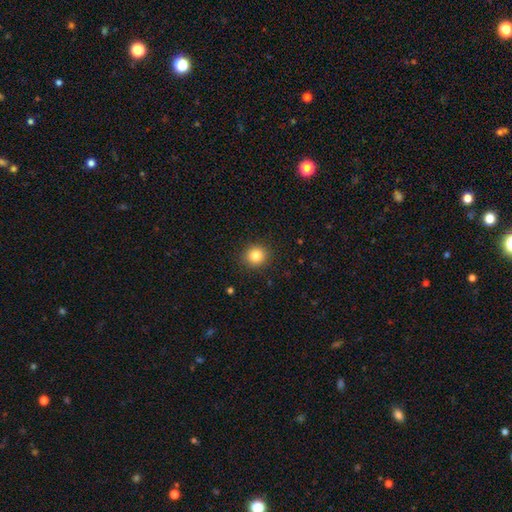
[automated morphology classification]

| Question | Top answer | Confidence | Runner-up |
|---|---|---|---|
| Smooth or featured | smooth | 84% | star or artifact (11%) |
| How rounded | round | 88% | in between (11%) |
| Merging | none | 90% | minor disturbance (6%) |